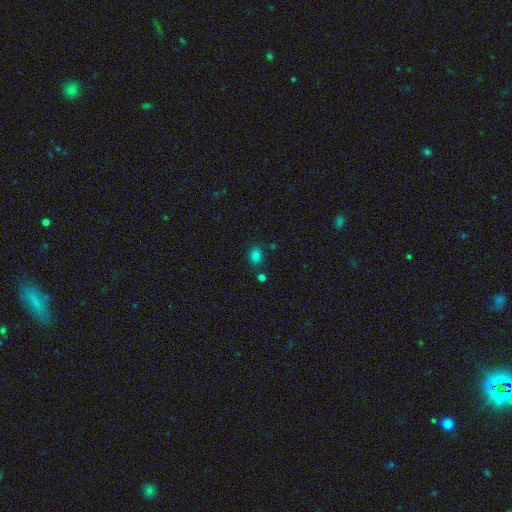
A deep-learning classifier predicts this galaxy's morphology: type=smooth (79%); roundness=round (64%); merging=none (77%).